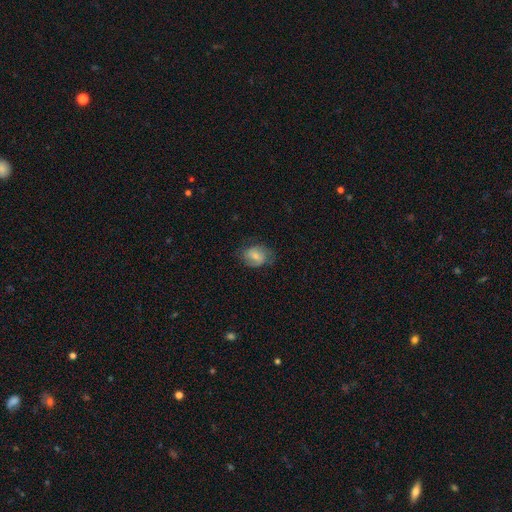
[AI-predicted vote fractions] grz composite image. It shows a smooth galaxy with no disk features (57%) that is in between round and cigar-shaped (58%). Merging: none (63%).